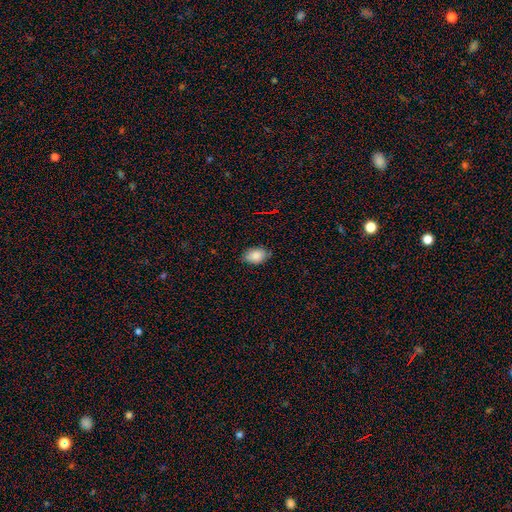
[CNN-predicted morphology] A smooth galaxy with no disk features (85%) that is in between round and cigar-shaped (89%).

Vote fractions:
- Smooth or featured? smooth: 85% / star or artifact: 8% / featured or disk: 7%
- How rounded? in between: 89% / round: 10% / cigar-shaped: 1%
- Merging? none: 79% / minor disturbance: 18% / major disturbance: 3% / merger: 1%